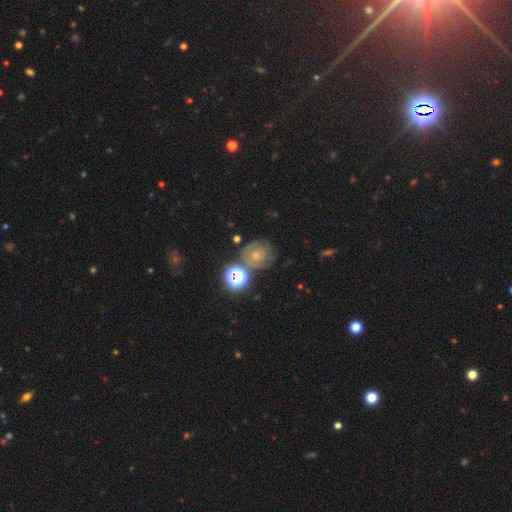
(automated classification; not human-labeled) Smooth or featured? featured or disk (52%)
Edge-on disk? no (97%)
Bar? no (80%)
Spiral arms? yes (80%)
Bulge size? small (62%)
Merging? none (64%)